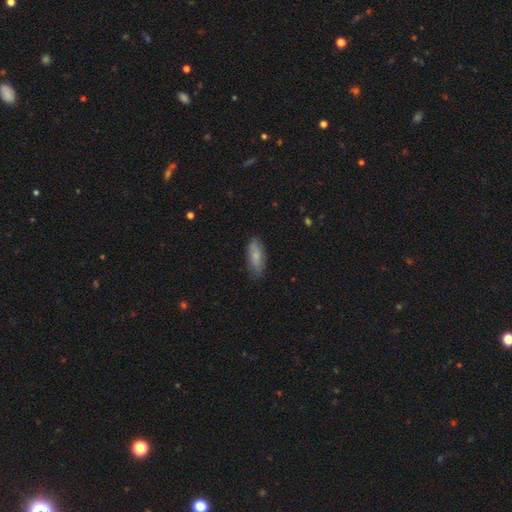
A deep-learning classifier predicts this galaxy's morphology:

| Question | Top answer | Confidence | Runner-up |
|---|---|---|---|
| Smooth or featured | smooth | 72% | featured or disk (21%) |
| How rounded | in between | 72% | cigar-shaped (25%) |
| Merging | none | 78% | minor disturbance (17%) |